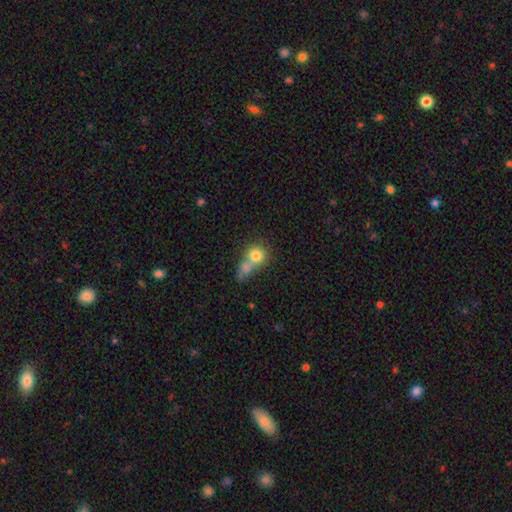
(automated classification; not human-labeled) Smooth or featured: smooth — 76% (featured or disk — 15%)
How rounded: round — 80% (in between — 18%)
Merging: merger — 61% (none — 26%)